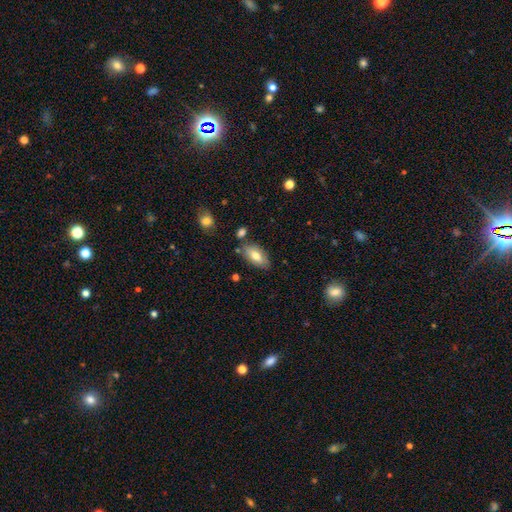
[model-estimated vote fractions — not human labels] Smooth or featured? Predicted: smooth (p=0.71). How rounded? Predicted: in between (p=0.88). Merging? Predicted: none (p=0.77).